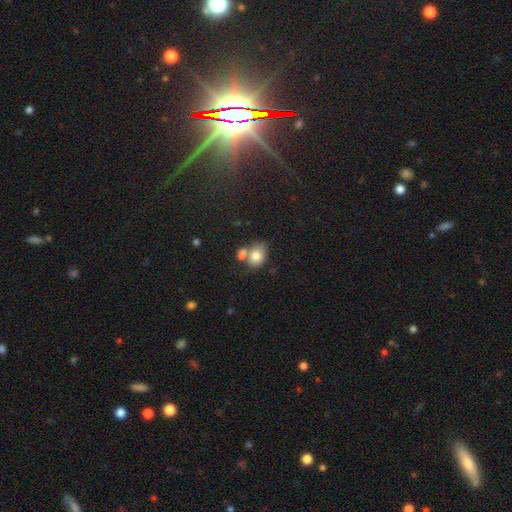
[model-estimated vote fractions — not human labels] Smooth or featured: smooth — 76% (featured or disk — 15%)
How rounded: in between — 59% (round — 40%)
Merging: merger — 43% (none — 38%)